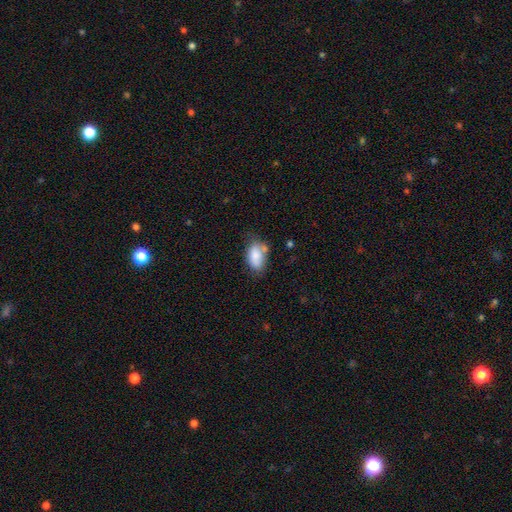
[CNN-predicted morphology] A smooth galaxy with no disk features (82%) that is in between round and cigar-shaped (91%). Merging: none (53%).